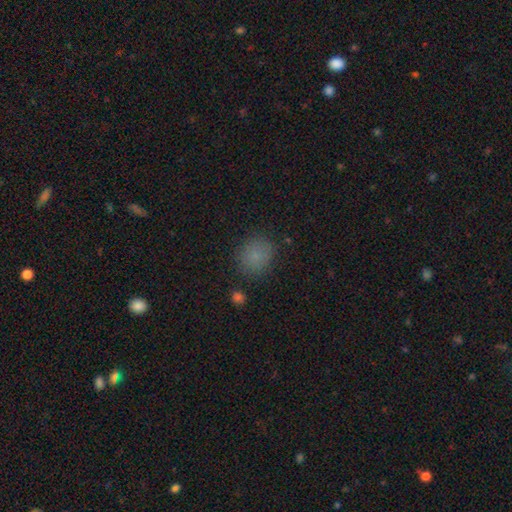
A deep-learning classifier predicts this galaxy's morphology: Smooth or featured? smooth (78%)
How rounded? round (75%)
Merging? none (81%)